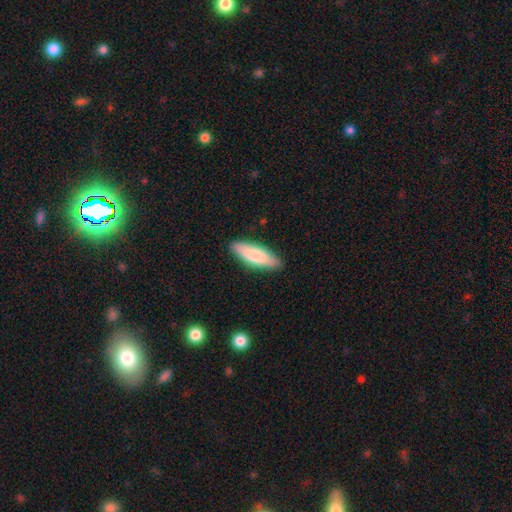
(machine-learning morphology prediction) Smooth or featured?
  - smooth: 80% *
  - featured or disk: 15%
  - star or artifact: 5%
How rounded?
  - in between: 55% *
  - cigar-shaped: 44%
  - round: 2%
Merging?
  - none: 87% *
  - minor disturbance: 10%
  - major disturbance: 2%
  - merger: 1%